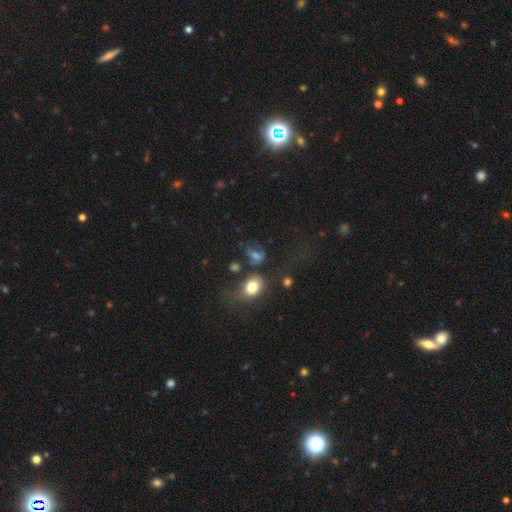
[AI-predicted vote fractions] This appears to be a smooth galaxy with no disk features (57%) that is in between round and cigar-shaped (59%). Merging: none (35%).